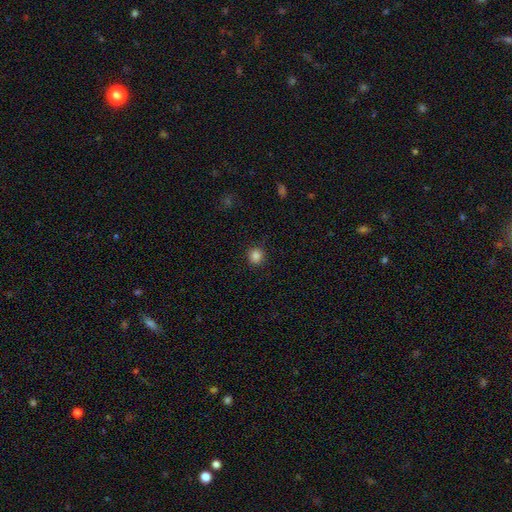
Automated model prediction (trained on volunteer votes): smooth_or_featured: smooth (p=0.85) [alt: star or artifact p=0.11]
how_rounded: round (p=0.92) [alt: in between p=0.07]
merging: none (p=0.89) [alt: minor disturbance p=0.07]